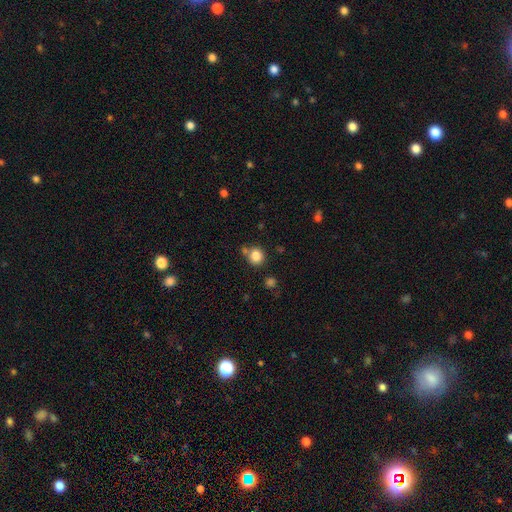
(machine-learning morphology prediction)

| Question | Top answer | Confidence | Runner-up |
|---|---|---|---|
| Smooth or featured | smooth | 85% | star or artifact (11%) |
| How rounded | round | 85% | in between (14%) |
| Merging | none | 69% | merger (15%) |